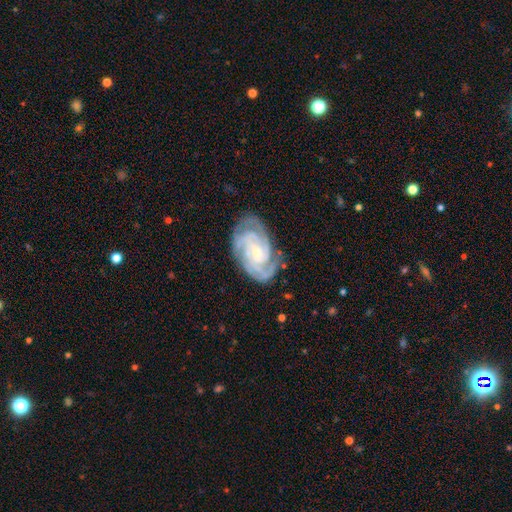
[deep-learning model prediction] featured or disk 87%, smooth 7%, star or artifact 6%. Down the decision tree: edge-on disk — no (97%); bar — no (55%); spiral arms — yes (98%); spiral arm count — 3 (31%); spiral winding — tight (73%); bulge size — small (67%); merging — none (77%).